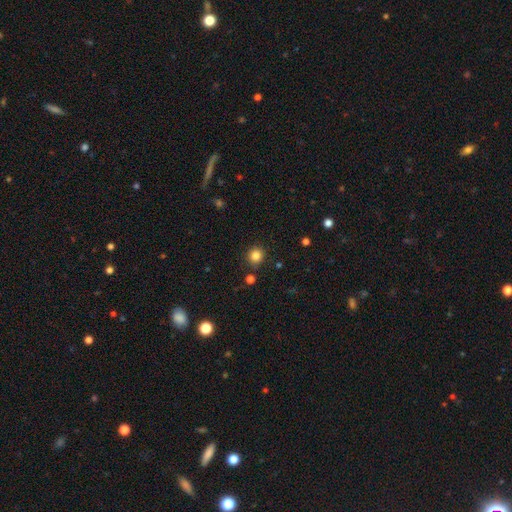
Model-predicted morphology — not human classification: This is clearly a smooth galaxy (84%). How rounded: clearly round (91%). Merging: clearly none (87%).